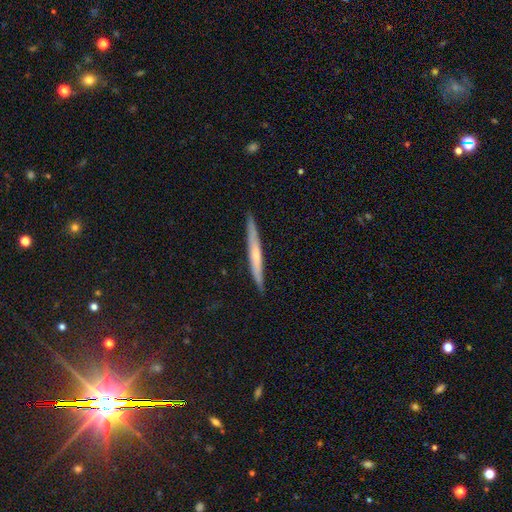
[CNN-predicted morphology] Smooth or featured: featured or disk — 53% (smooth — 40%)
Edge-on disk: yes — 96% (no — 4%)
Edge-on bulge: none — 57% (rounded — 38%)
Merging: none — 90% (minor disturbance — 8%)